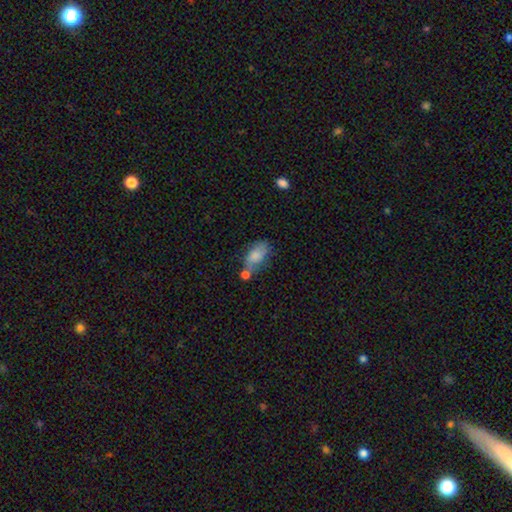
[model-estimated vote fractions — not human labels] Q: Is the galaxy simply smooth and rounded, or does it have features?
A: smooth — 77%.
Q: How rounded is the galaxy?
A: in between — 89%.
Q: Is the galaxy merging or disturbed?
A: none — 41%.